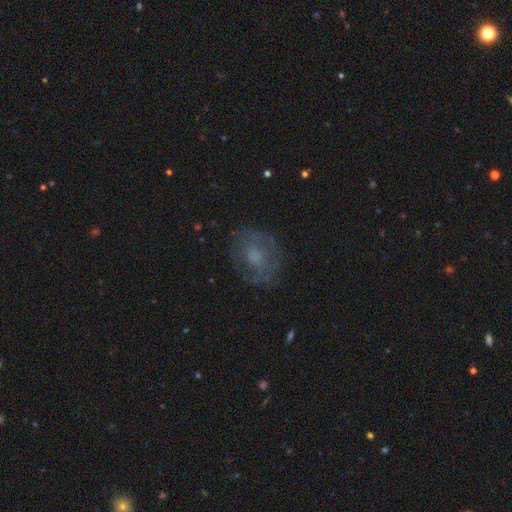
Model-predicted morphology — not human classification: Overall: featured or disk (49%; smooth 37%). Merging: none (73%).